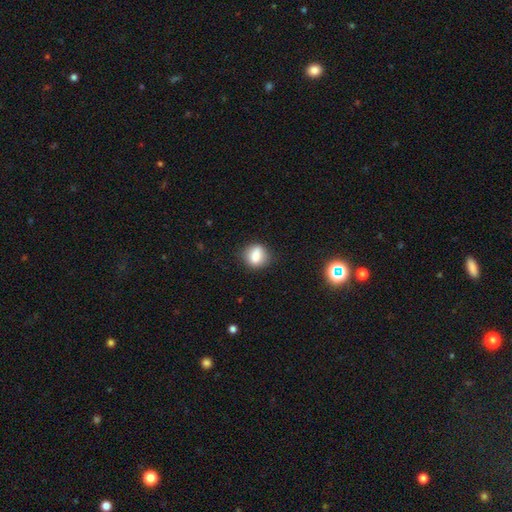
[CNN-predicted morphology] type=smooth (78%); roundness=round (68%); merging=none (82%).